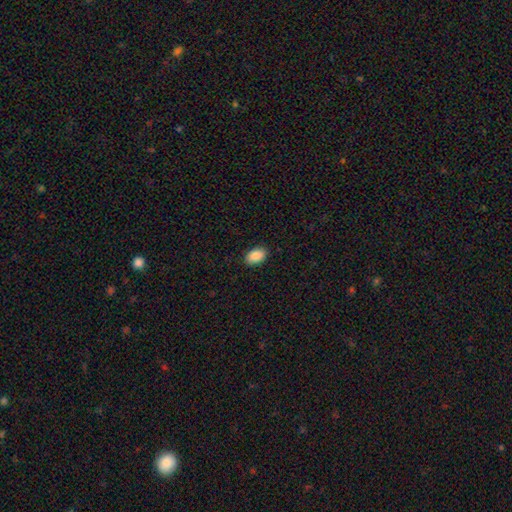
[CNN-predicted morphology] Overall: smooth (90%). How rounded: in between (91%). Merging: none (90%).